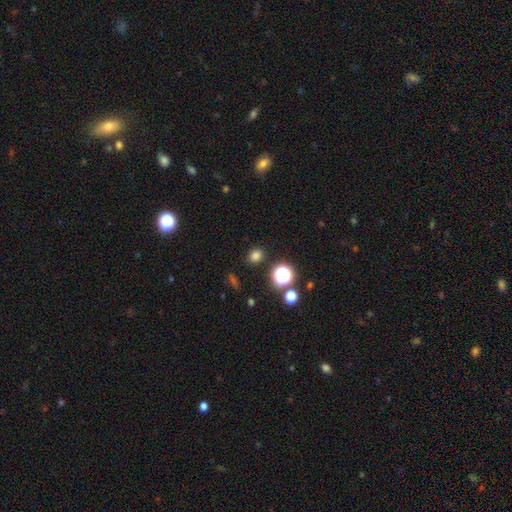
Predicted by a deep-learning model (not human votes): Smooth or featured: smooth — 76% (star or artifact — 19%)
How rounded: round — 71% (in between — 28%)
Merging: none — 87% (minor disturbance — 8%)